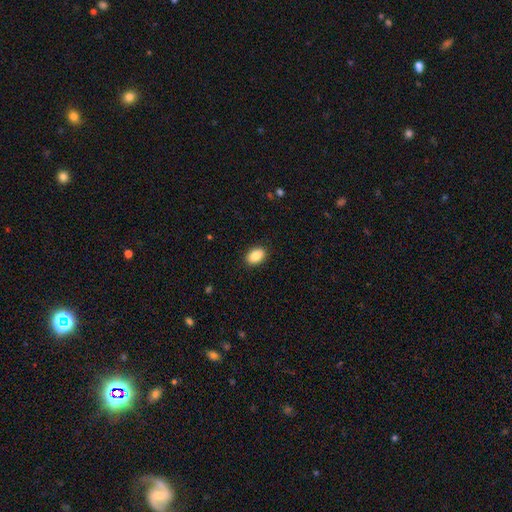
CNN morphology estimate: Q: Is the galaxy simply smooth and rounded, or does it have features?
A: smooth — 88%.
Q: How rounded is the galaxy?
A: in between — 87%.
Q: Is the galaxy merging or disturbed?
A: none — 90%.